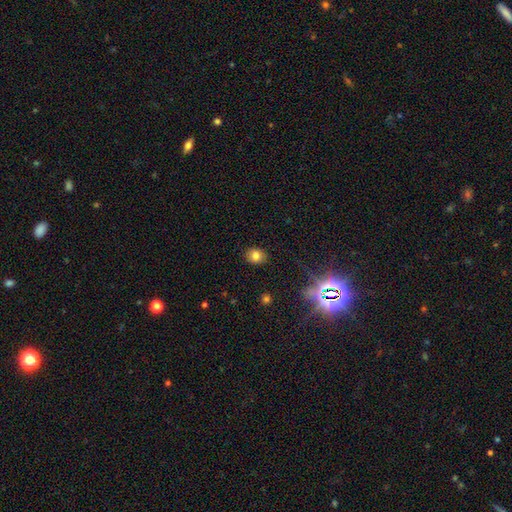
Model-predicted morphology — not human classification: type=smooth (76%); roundness=round (50%); merging=none (87%).